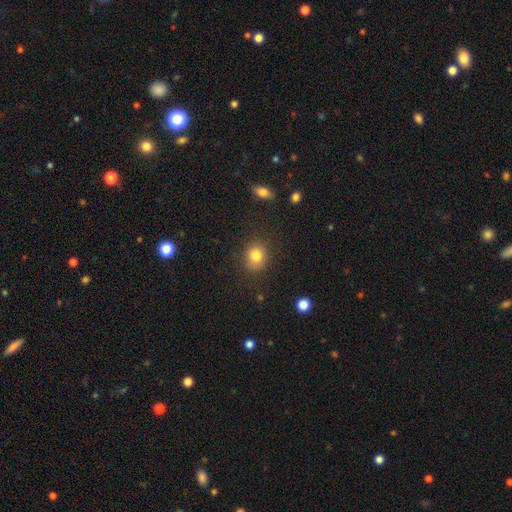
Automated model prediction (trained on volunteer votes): Smooth or featured? smooth (82%)
How rounded? round (69%)
Merging? none (82%)